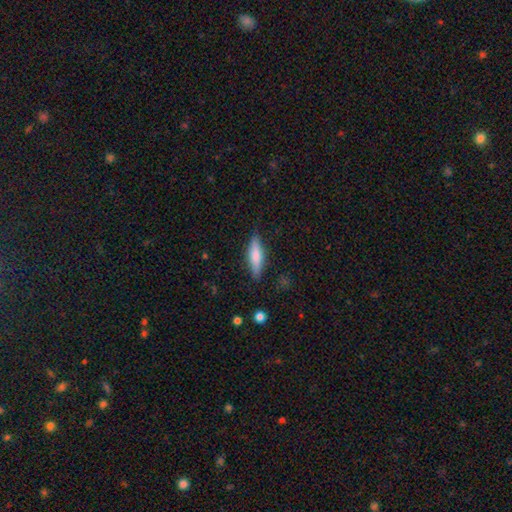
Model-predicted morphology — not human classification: This is likely a smooth galaxy (66%). How rounded: likely cigar-shaped (65%). Merging: clearly none (84%).